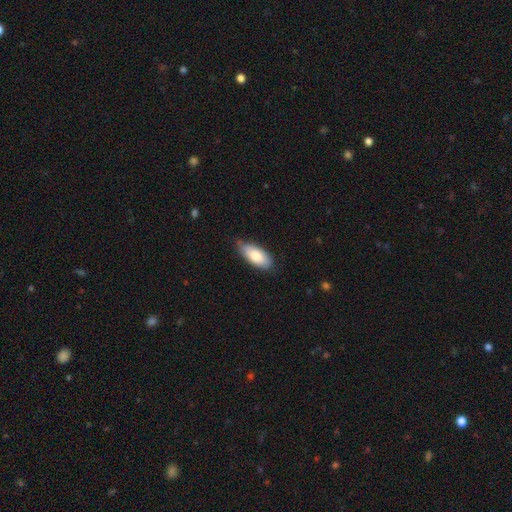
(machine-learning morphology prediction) A smooth galaxy with no disk features (81%) that is in between round and cigar-shaped (85%). Merging: none (71%).